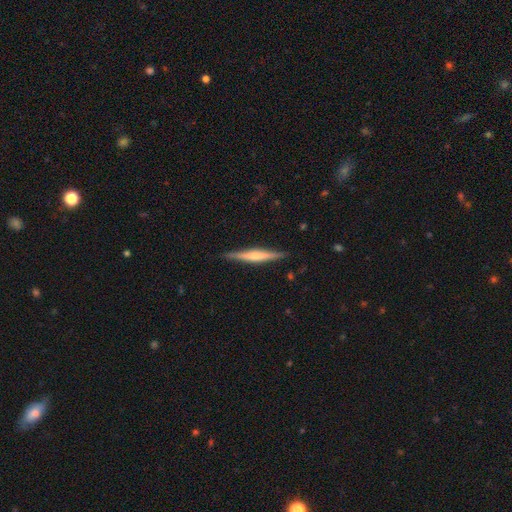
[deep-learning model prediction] Morphology: type=featured or disk (59%); edge-on=yes (97%); edge-on bulge=rounded (52%); merging=none (89%).